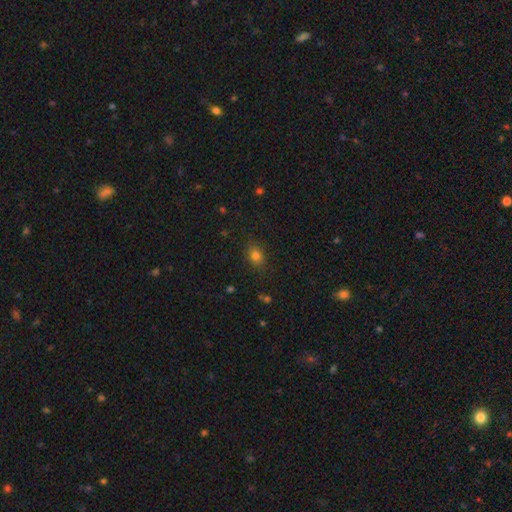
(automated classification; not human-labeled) Q: Smooth or featured?
A: smooth (79%); runner-up: star or artifact (14%)
Q: How rounded?
A: in between (49%); tied with: round (49%)
Q: Merging?
A: none (83%); runner-up: minor disturbance (13%)